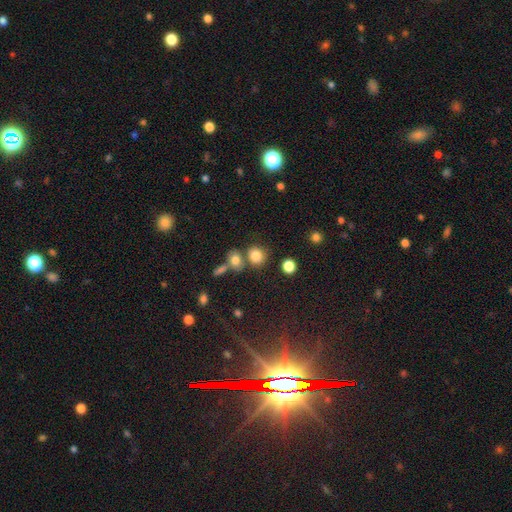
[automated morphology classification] Smooth or featured: smooth — 81% (star or artifact — 12%)
How rounded: round — 77% (in between — 22%)
Merging: none — 64% (merger — 21%)